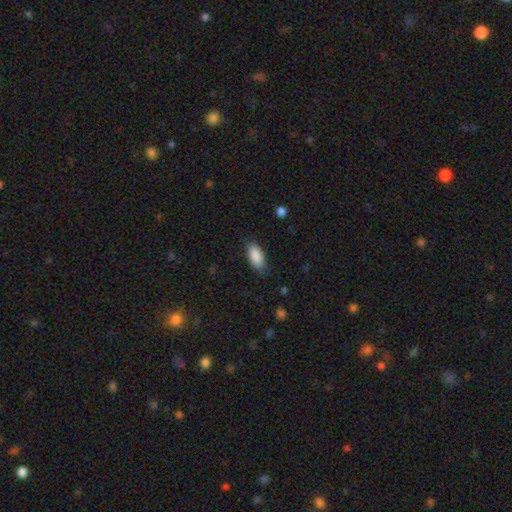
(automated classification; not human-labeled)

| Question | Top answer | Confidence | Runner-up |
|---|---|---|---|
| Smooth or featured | smooth | 89% | star or artifact (6%) |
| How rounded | in between | 90% | cigar-shaped (8%) |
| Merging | none | 83% | minor disturbance (13%) |